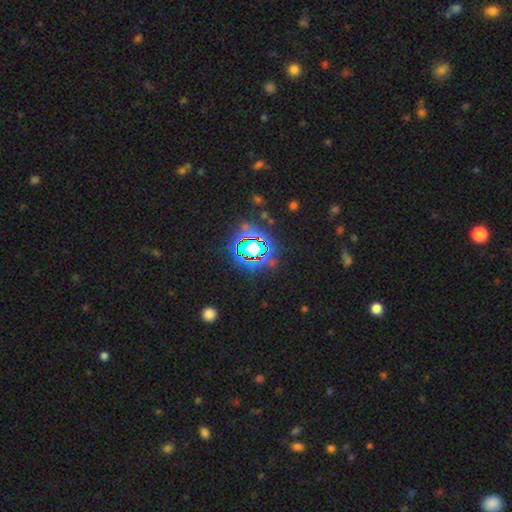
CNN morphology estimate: Overall: star or artifact (75%).